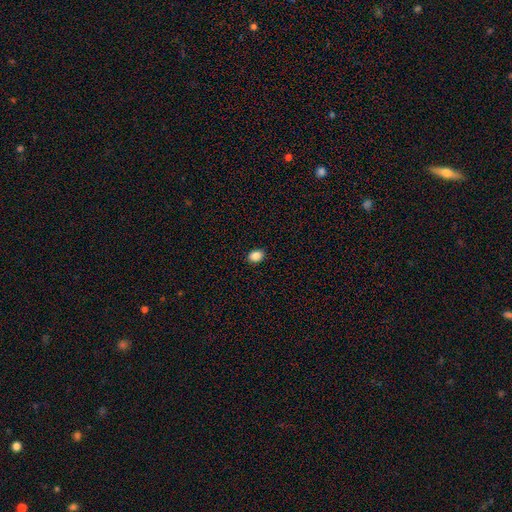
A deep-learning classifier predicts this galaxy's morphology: Q: Smooth or featured?
A: smooth (87%); runner-up: star or artifact (9%)
Q: How rounded?
A: in between (66%); runner-up: round (33%)
Q: Merging?
A: none (90%); runner-up: minor disturbance (7%)